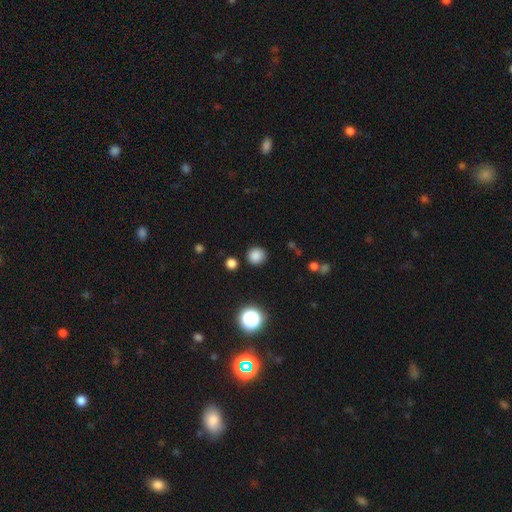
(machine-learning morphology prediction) Smooth or featured? Predicted: smooth (p=0.83). How rounded? Predicted: round (p=0.91). Merging? Predicted: none (p=0.87).